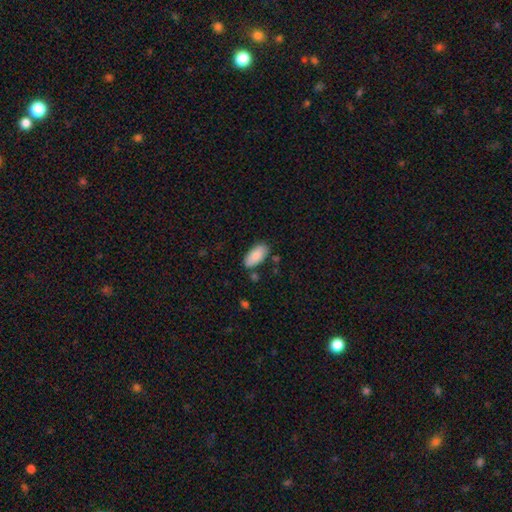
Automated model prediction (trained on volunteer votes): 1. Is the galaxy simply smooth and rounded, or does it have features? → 86% smooth, 8% featured or disk, 6% star or artifact.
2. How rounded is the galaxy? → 92% in between, 6% cigar-shaped, 2% round.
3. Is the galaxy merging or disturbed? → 80% none, 13% minor disturbance, 4% merger, 3% major disturbance.